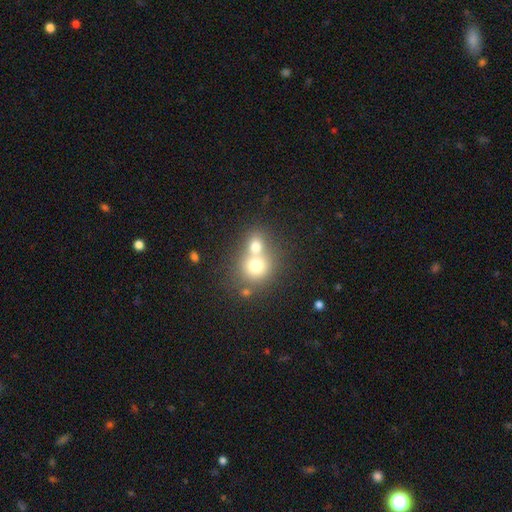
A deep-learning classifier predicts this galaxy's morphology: Smooth or featured: smooth — 68% (featured or disk — 19%)
How rounded: round — 76% (in between — 23%)
Merging: merger — 64% (none — 28%)